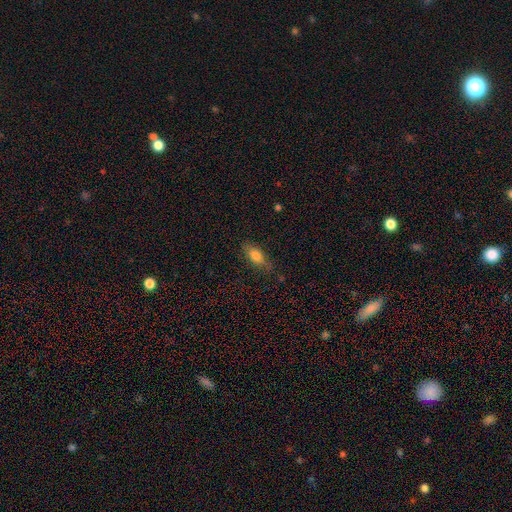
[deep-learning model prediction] Smooth or featured?
  - smooth: 78% *
  - featured or disk: 14%
  - star or artifact: 8%
How rounded?
  - in between: 80% *
  - cigar-shaped: 16%
  - round: 4%
Merging?
  - none: 76% *
  - minor disturbance: 18%
  - major disturbance: 4%
  - merger: 1%